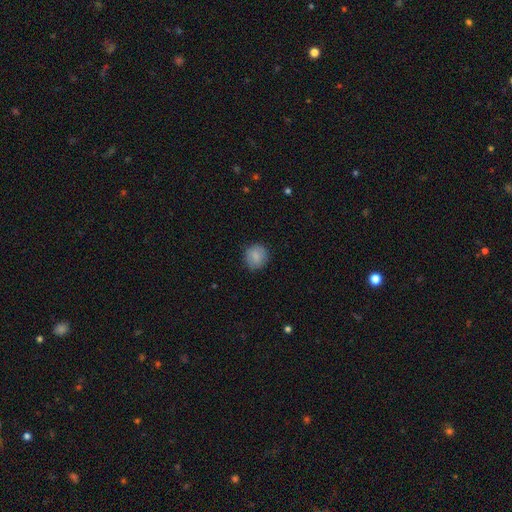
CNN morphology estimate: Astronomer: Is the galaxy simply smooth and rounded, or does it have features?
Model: smooth — 84%.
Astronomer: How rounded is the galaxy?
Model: round — 83%.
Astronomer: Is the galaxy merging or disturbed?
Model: none — 83%.